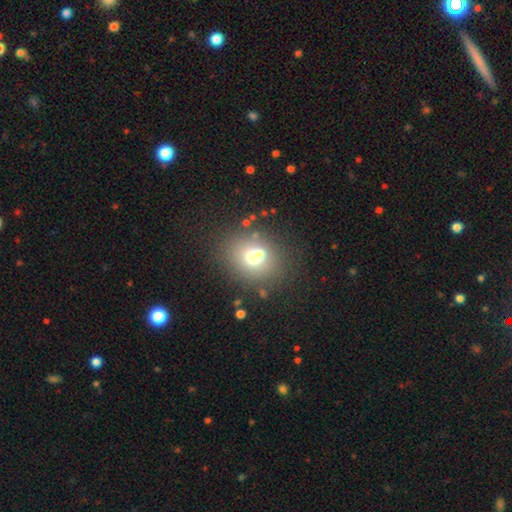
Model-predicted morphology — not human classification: This is likely a smooth galaxy (62%). How rounded: likely round (65%). Merging: possibly none (54%).